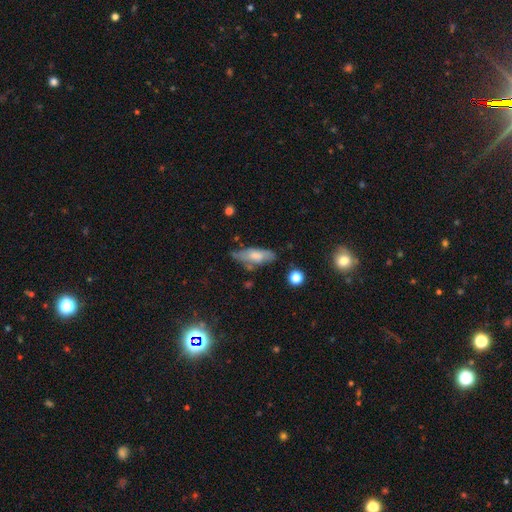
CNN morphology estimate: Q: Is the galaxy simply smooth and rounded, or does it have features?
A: smooth — 62%.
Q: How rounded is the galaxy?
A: in between — 63%.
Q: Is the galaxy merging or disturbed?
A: none — 60%.